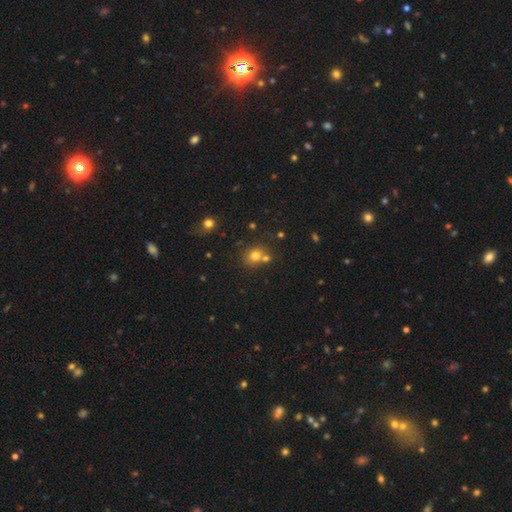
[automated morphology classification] Smooth or featured?
  - smooth: 73% *
  - star or artifact: 16%
  - featured or disk: 11%
How rounded?
  - round: 72% *
  - in between: 27%
  - cigar-shaped: 1%
Merging?
  - none: 57% *
  - merger: 29%
  - minor disturbance: 10%
  - major disturbance: 4%